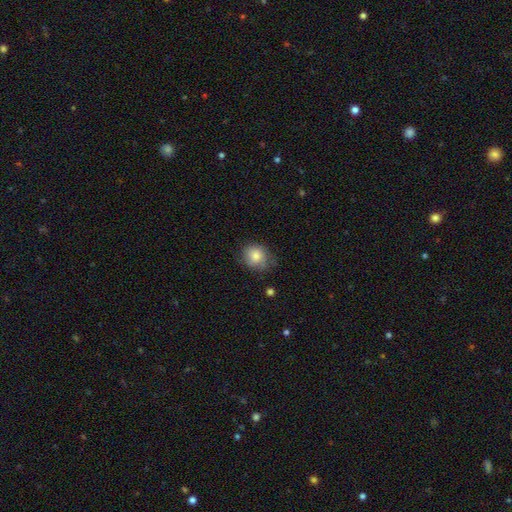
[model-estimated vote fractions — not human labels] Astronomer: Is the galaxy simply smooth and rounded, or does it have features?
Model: smooth — 82%.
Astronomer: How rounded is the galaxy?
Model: round — 74%.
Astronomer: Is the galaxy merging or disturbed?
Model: none — 70%.